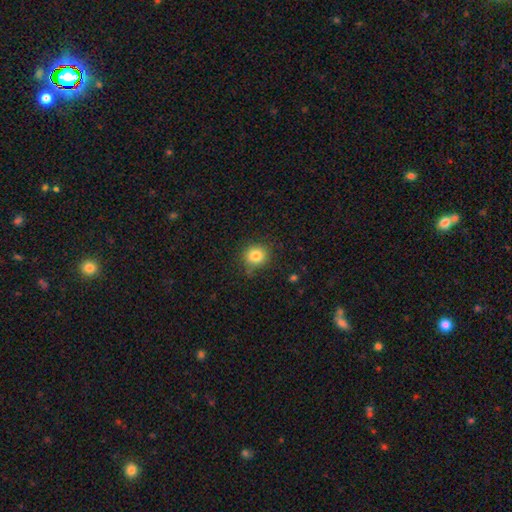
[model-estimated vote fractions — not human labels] Smooth or featured?
  - smooth: 83% *
  - star or artifact: 11%
  - featured or disk: 6%
How rounded?
  - round: 88% *
  - in between: 11%
  - cigar-shaped: 1%
Merging?
  - none: 81% *
  - minor disturbance: 14%
  - major disturbance: 3%
  - merger: 2%